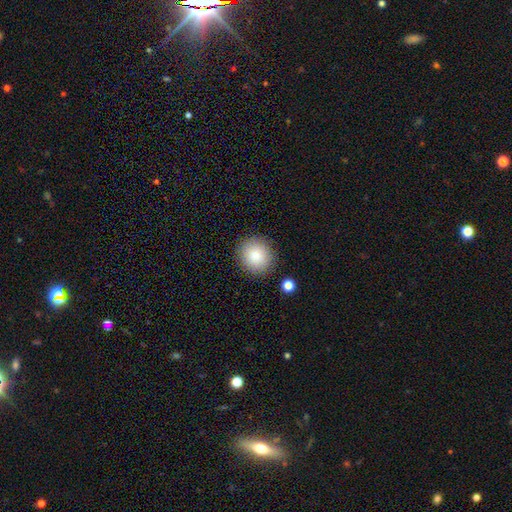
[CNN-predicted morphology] A smooth galaxy with no disk features (85%) that is round (87%).

Vote fractions:
- Smooth or featured? smooth: 85% / star or artifact: 8% / featured or disk: 7%
- How rounded? round: 87% / in between: 12% / cigar-shaped: 1%
- Merging? none: 87% / minor disturbance: 8% / merger: 2% / major disturbance: 2%